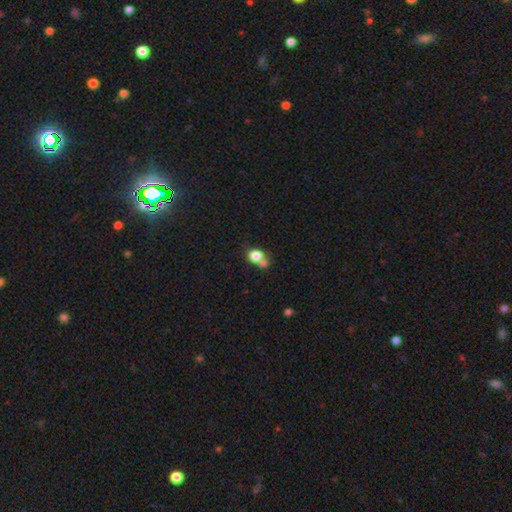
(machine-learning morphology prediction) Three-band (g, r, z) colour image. It shows a smooth galaxy with no disk features (79%) that is round (64%). Merging: merger (49%).